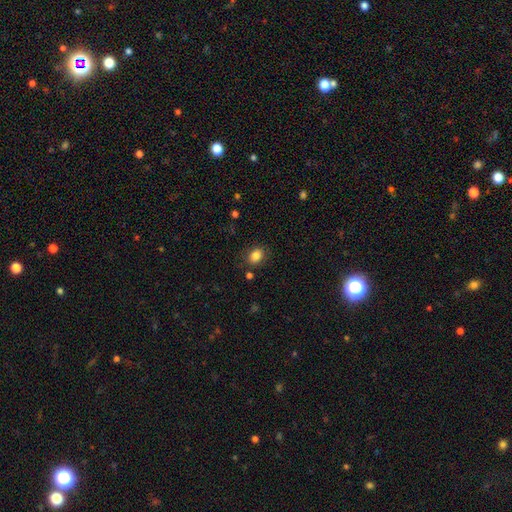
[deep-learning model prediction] smooth_or_featured: smooth (p=0.84) [alt: star or artifact p=0.10]
how_rounded: in between (p=0.55) [alt: round p=0.44]
merging: none (p=0.82) [alt: minor disturbance p=0.12]